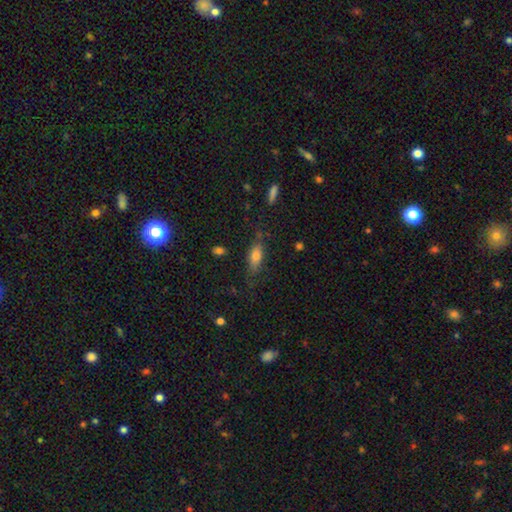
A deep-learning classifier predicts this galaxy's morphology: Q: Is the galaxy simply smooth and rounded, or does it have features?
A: smooth — 72%.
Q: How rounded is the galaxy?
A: in between — 70%.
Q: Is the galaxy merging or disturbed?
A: none — 65%.